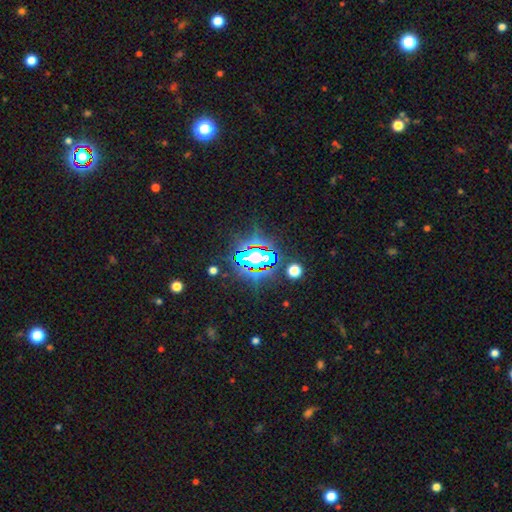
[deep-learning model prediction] star or artifact 77%, smooth 13%, featured or disk 10%.